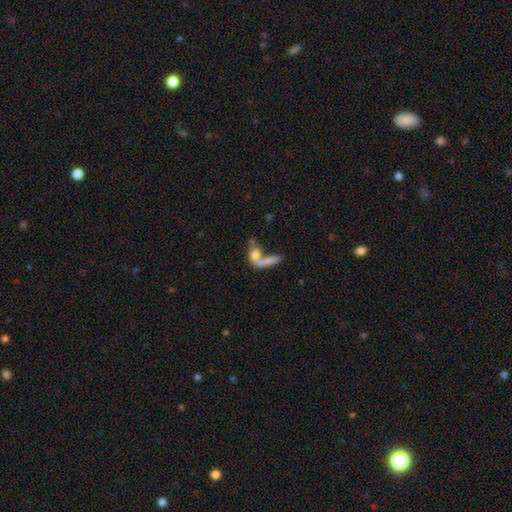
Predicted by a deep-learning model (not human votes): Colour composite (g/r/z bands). It shows a smooth galaxy with no disk features (67%) that is in between round and cigar-shaped (51%). Merging: merger (52%).